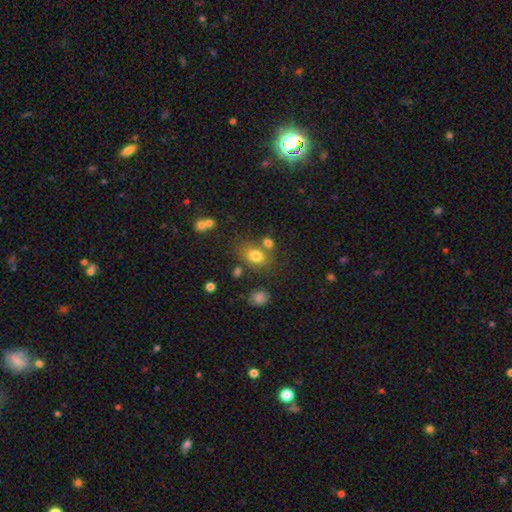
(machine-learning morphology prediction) Overall: smooth (77%). How rounded: in between (69%). Merging: none (64%).